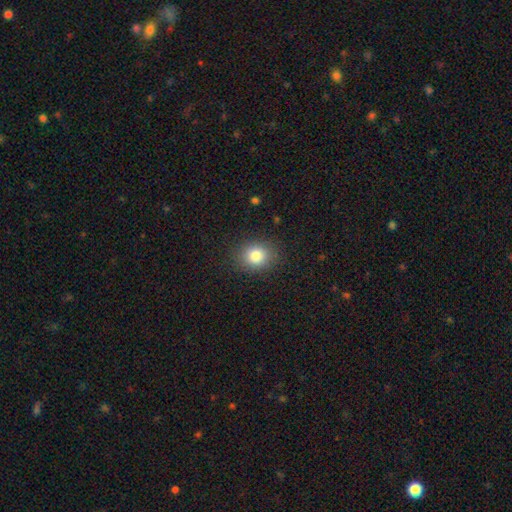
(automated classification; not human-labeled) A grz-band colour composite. It shows a smooth galaxy with no disk features (83%) that is round (64%). Merging: none (86%).